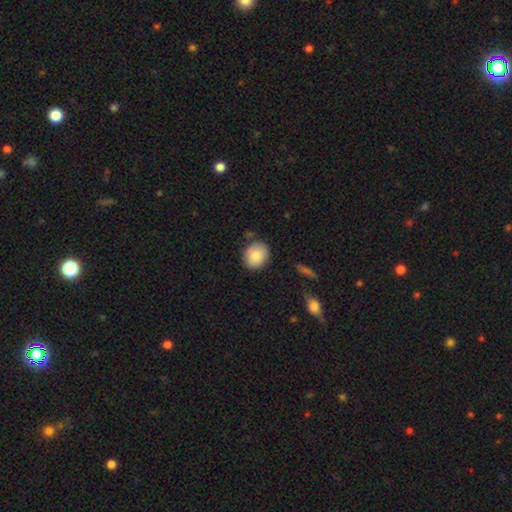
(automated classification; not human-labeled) Smooth or featured? Predicted: smooth (p=0.84). How rounded? Predicted: round (p=0.76). Merging? Predicted: none (p=0.82).